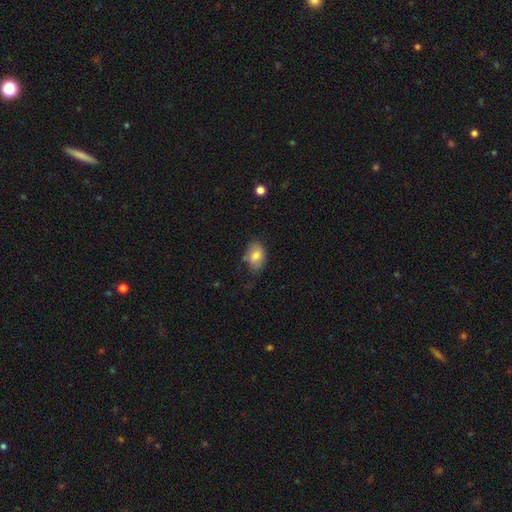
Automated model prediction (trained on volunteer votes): This appears to be a smooth galaxy with no disk features (76%) that is in between round and cigar-shaped (84%). Merging: none (62%).